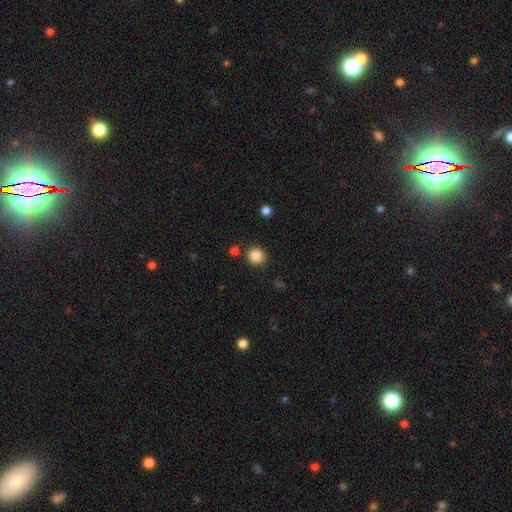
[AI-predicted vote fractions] smooth-or-featured: smooth: 86% | star or artifact: 10% | featured or disk: 4%
  how-rounded: round: 91% | in between: 8% | cigar-shaped: 1%
  merging: none: 85% | minor disturbance: 7% | merger: 5% | major disturbance: 3%